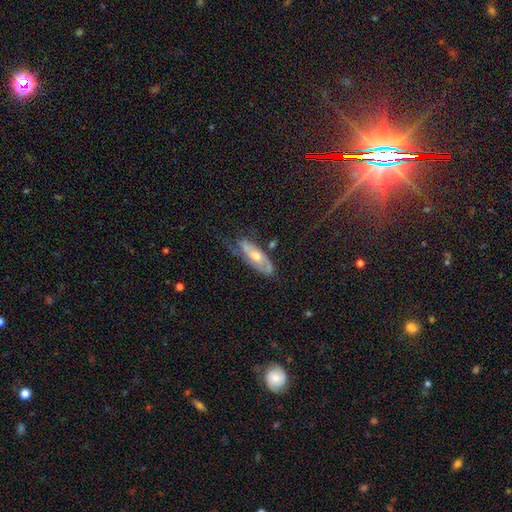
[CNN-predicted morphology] A featured or disk galaxy (64%).

Vote fractions:
- Smooth or featured? featured or disk: 64% / smooth: 27% / star or artifact: 9%
- Edge-on disk? no: 76% / yes: 24%
- Merging? none: 52% / minor disturbance: 30% / major disturbance: 15% / merger: 3%